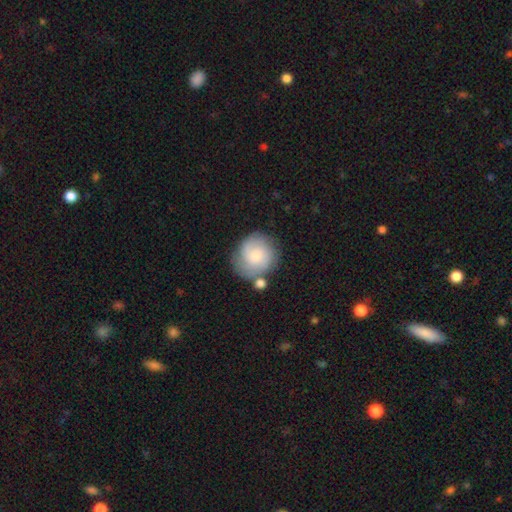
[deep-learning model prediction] smooth-or-featured: smooth: 46% (tied) | featured or disk: 46% (tied) | star or artifact: 8%
  merging: none: 66% | minor disturbance: 16% | merger: 11% | major disturbance: 6%